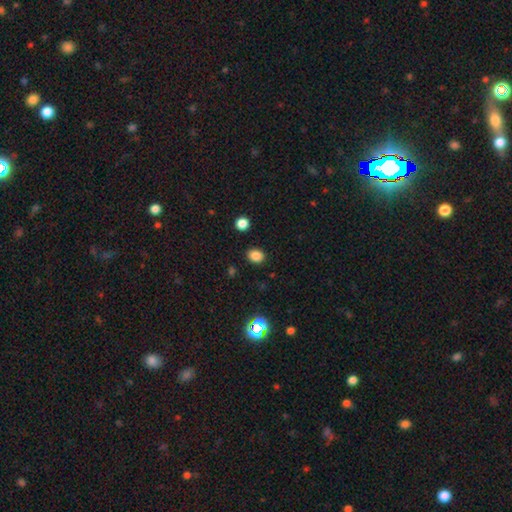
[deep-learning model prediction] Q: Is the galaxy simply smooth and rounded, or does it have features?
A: smooth — 83%.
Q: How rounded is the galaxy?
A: round — 50%.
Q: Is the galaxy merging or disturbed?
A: none — 89%.